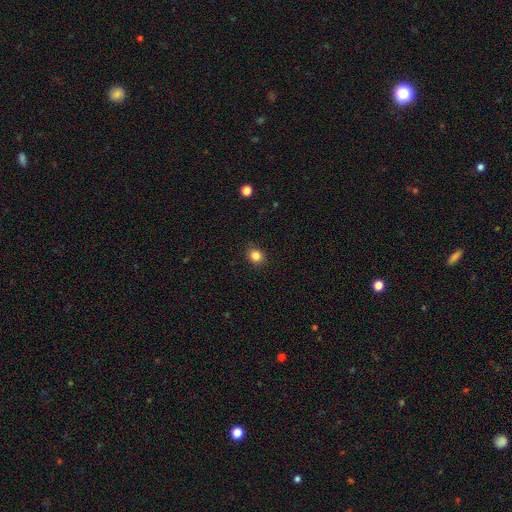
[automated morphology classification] Overall: smooth (85%). How rounded: round (71%). Merging: none (89%).